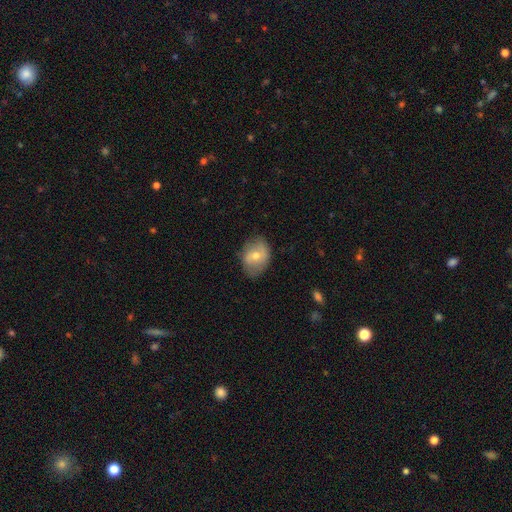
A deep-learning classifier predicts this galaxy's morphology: This is possibly a smooth galaxy (52%). How rounded: likely in between (62%). Merging: likely none (73%).